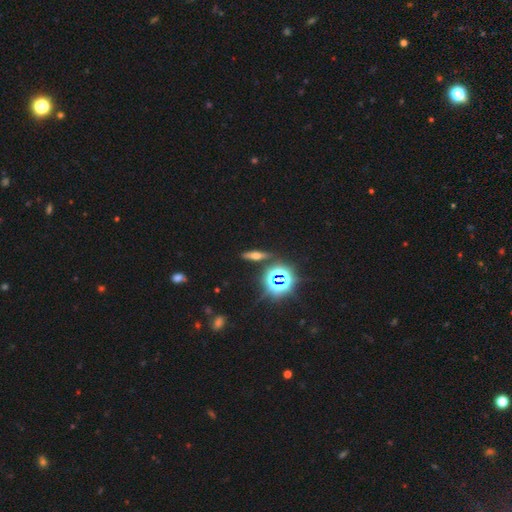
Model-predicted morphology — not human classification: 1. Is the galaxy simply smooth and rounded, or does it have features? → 36% featured or disk, 33% smooth, 31% star or artifact.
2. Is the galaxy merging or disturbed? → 85% none, 9% minor disturbance, 4% merger, 3% major disturbance.